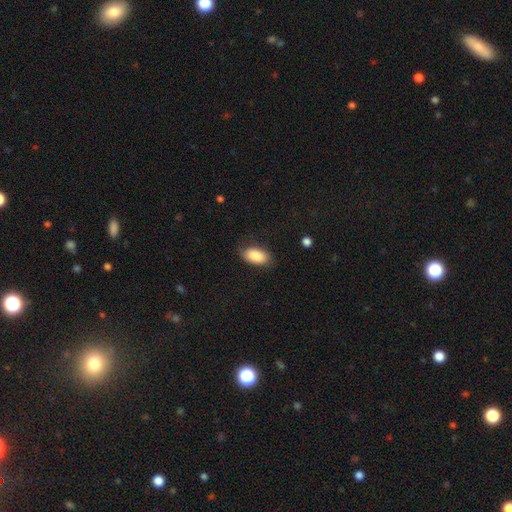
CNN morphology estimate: Overall: smooth (86%). How rounded: in between (93%). Merging: none (77%).